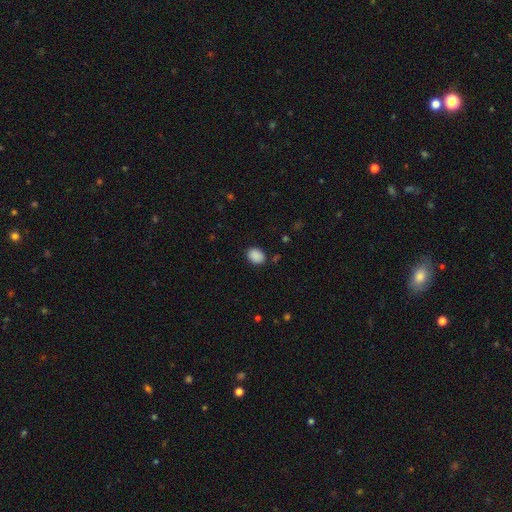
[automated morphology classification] A smooth galaxy with no disk features (89%) that is in between round and cigar-shaped (62%). Merging: none (84%).